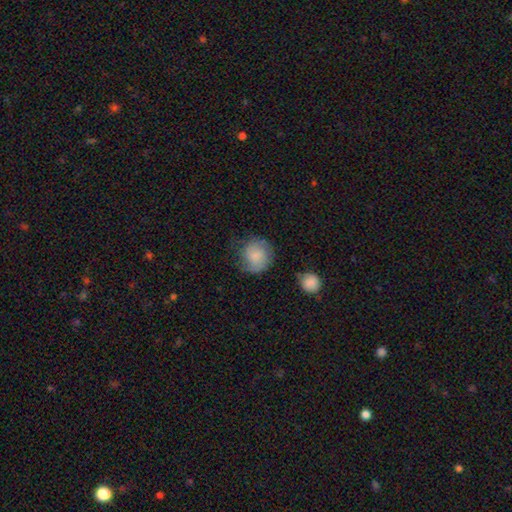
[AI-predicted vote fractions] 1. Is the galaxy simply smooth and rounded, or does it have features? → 75% smooth, 18% featured or disk, 7% star or artifact.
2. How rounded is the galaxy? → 86% round, 13% in between, 1% cigar-shaped.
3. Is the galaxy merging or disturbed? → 63% none, 24% minor disturbance, 10% major disturbance, 3% merger.